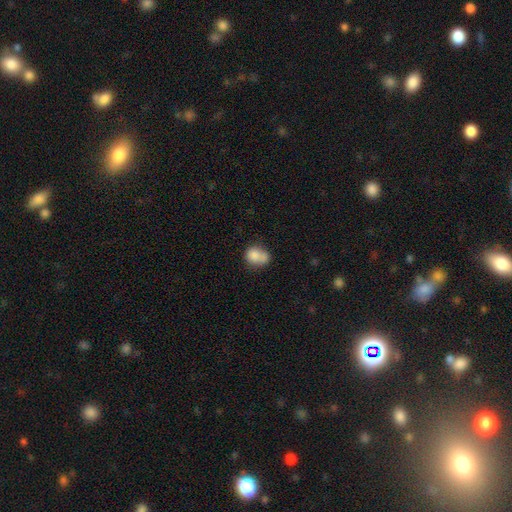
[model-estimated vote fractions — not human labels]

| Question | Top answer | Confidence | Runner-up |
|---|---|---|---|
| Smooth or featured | smooth | 79% | featured or disk (12%) |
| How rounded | round | 57% | in between (42%) |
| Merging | none | 36% | merger (35%) |